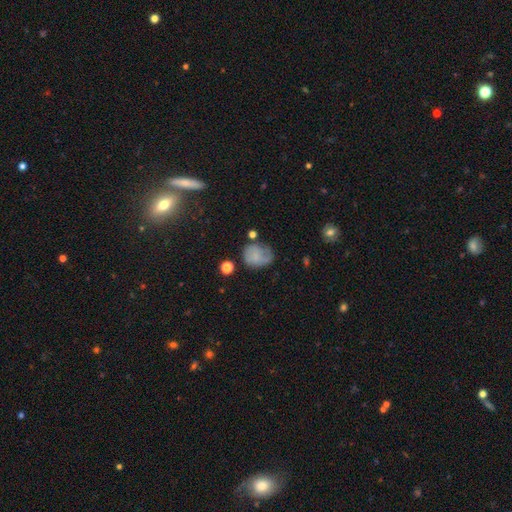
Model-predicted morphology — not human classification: The model was most divided on "how rounded": round: 56%, in between: 43%, cigar-shaped: 1%. Remaining: smooth or featured — smooth (64%); merging — none (45%).